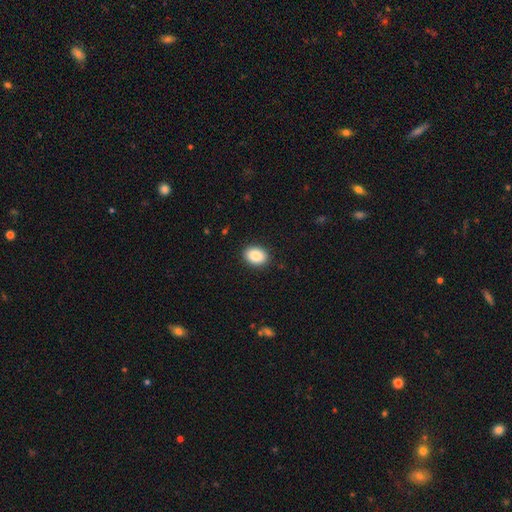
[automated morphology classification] smooth_or_featured: smooth (p=0.88) [alt: star or artifact p=0.08]
how_rounded: in between (p=0.73) [alt: round p=0.26]
merging: none (p=0.90) [alt: minor disturbance p=0.07]